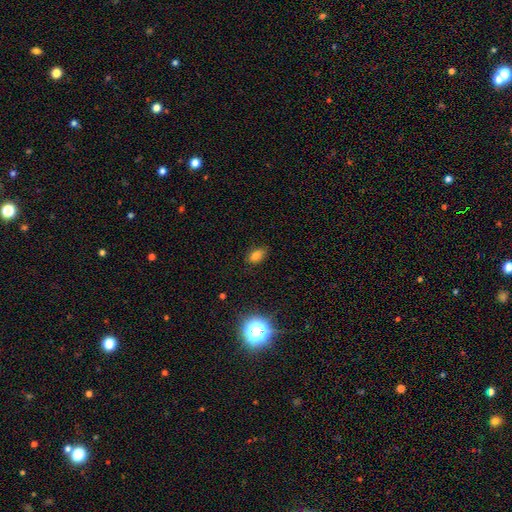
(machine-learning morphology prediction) type=smooth (77%); roundness=in between (86%); merging=none (78%).